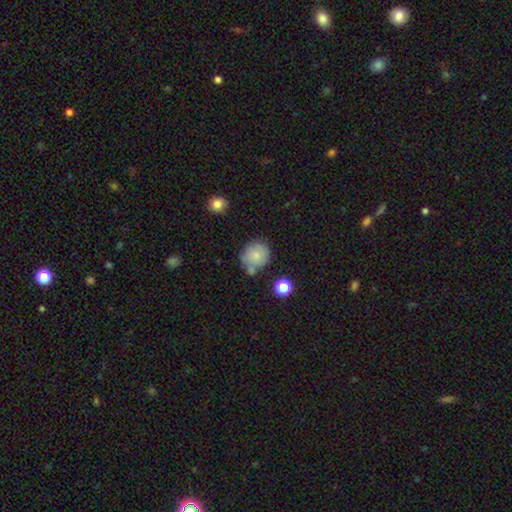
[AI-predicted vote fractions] This is likely a smooth galaxy (79%). How rounded: clearly round (86%). Merging: likely none (60%).